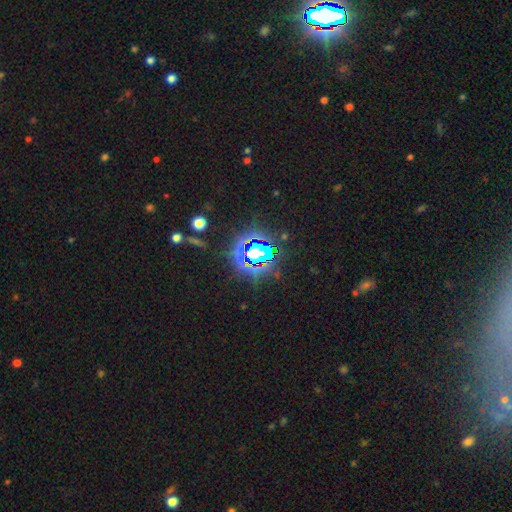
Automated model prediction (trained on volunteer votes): Overall: star or artifact (71%).